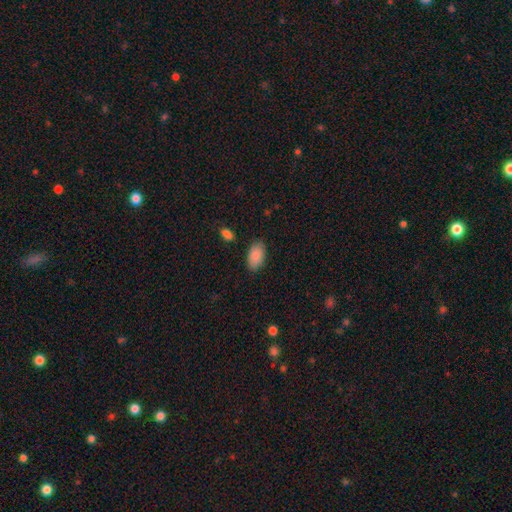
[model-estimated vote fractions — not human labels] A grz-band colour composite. It shows a smooth galaxy with no disk features (88%) that is in between round and cigar-shaped (94%). Merging: none (83%).